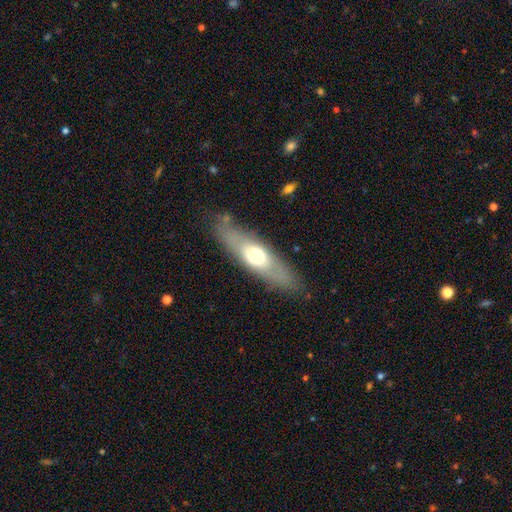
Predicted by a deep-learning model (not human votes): smooth-or-featured: smooth: 51% | featured or disk: 43% | star or artifact: 6%
  how-rounded: cigar-shaped: 52% | in between: 45% | round: 3%
  merging: none: 81% | minor disturbance: 12% | major disturbance: 4% | merger: 2%